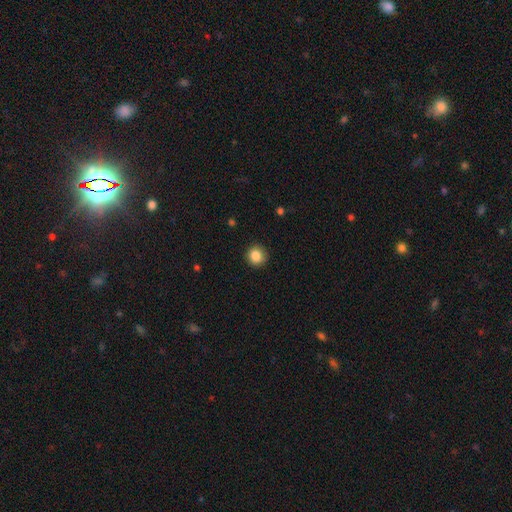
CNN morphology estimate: Smooth or featured: smooth — 86% (star or artifact — 10%)
How rounded: round — 91% (in between — 8%)
Merging: none — 91% (minor disturbance — 7%)